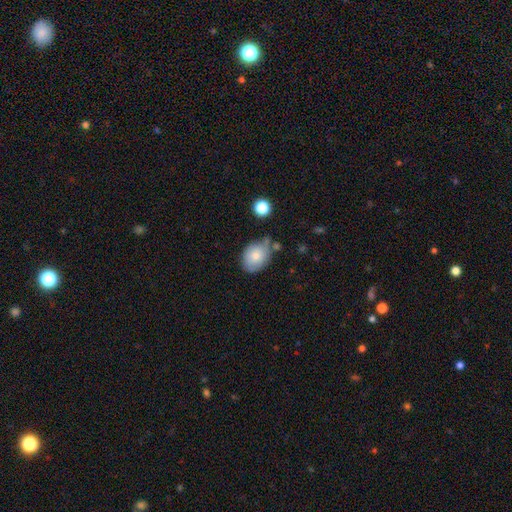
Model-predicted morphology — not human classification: smooth 76%, featured or disk 16%, star or artifact 8%. Down the decision tree: how rounded — in between (67%); merging — none (53%).